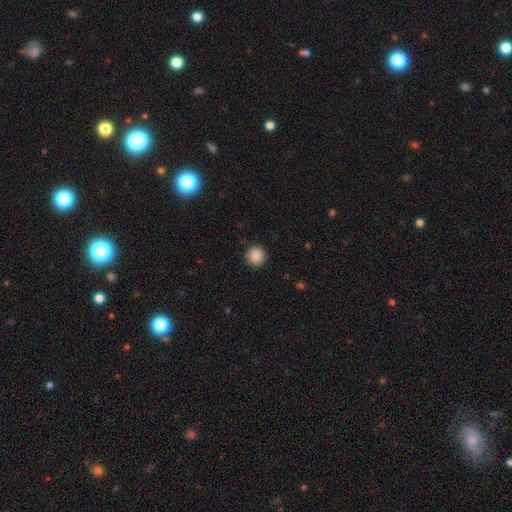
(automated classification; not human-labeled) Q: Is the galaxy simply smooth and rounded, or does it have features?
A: smooth — 88%.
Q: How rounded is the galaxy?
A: round — 92%.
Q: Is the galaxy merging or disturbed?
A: none — 90%.